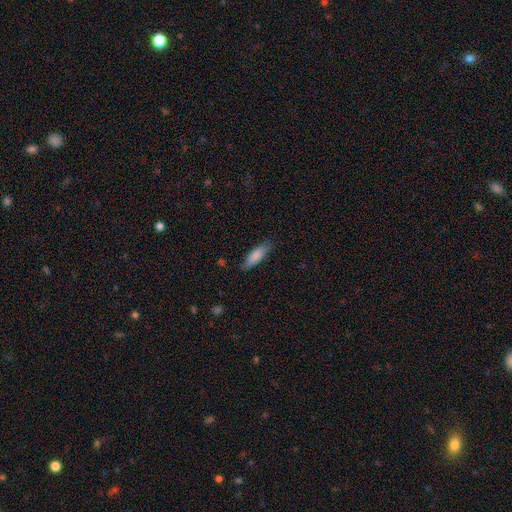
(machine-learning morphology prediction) This is clearly a smooth galaxy (83%). How rounded: possibly cigar-shaped (50%). Merging: clearly none (82%).